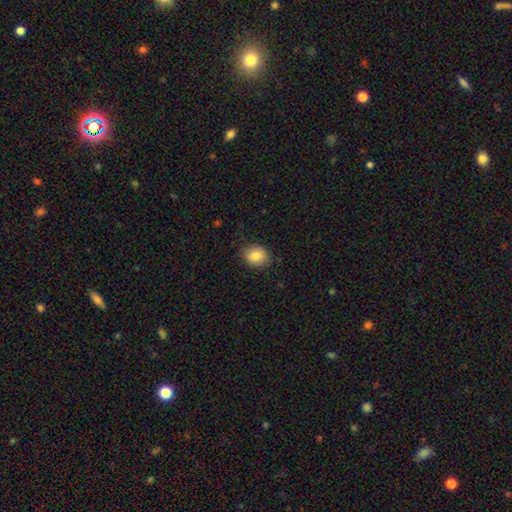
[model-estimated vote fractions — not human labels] smooth 83%, star or artifact 9%, featured or disk 8%. Down the decision tree: how rounded — round (65%); merging — none (86%).